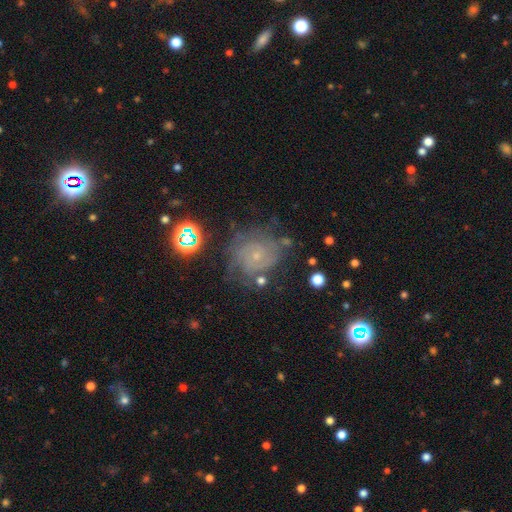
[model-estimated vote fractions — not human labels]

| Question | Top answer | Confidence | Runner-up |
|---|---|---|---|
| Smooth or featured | featured or disk | 65% | smooth (18%) |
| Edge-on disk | no | 97% | yes (3%) |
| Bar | no | 76% | weak (20%) |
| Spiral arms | yes | 88% | no (12%) |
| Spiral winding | tight | 66% | medium (27%) |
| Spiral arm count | can't tell | 47% | 2 (23%) |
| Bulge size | small | 78% | moderate (16%) |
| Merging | none | 64% | minor disturbance (20%) |